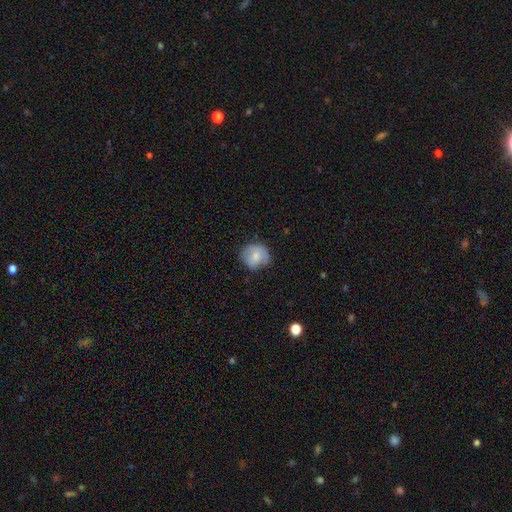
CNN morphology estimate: smooth 73%, featured or disk 20%, star or artifact 7%. Down the decision tree: how rounded — round (82%); merging — none (67%).